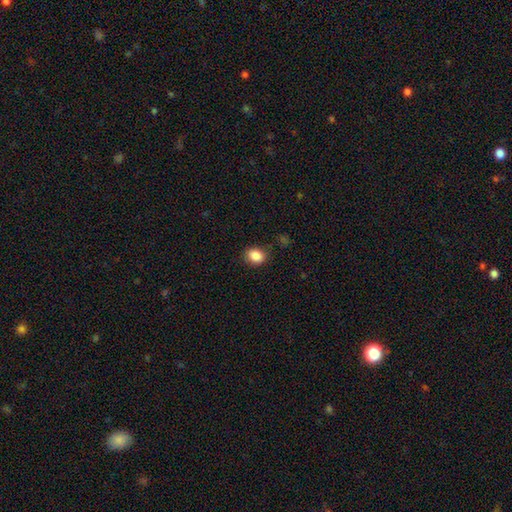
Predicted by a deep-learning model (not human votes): Overall: smooth (87%). How rounded: in between (50%; round 49%). Merging: none (83%).